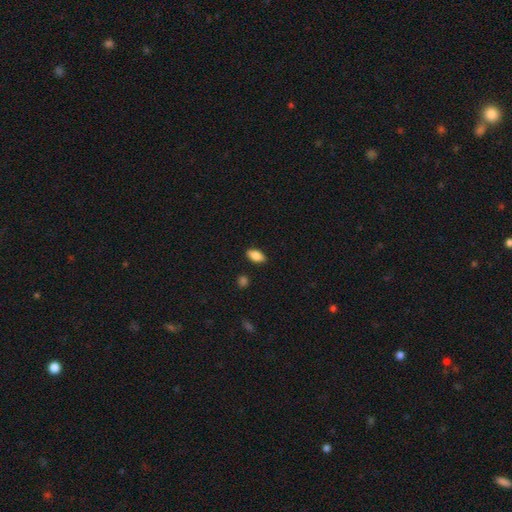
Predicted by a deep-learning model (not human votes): A smooth galaxy with no disk features (82%) that is in between round and cigar-shaped (88%).

Vote fractions:
- Smooth or featured? smooth: 82% / featured or disk: 10% / star or artifact: 7%
- How rounded? in between: 88% / cigar-shaped: 8% / round: 3%
- Merging? none: 87% / minor disturbance: 9% / major disturbance: 2% / merger: 2%